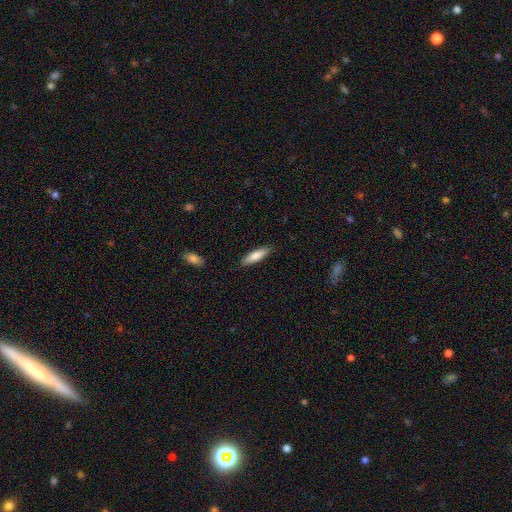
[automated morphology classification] Smooth or featured?
  - smooth: 78% *
  - featured or disk: 16%
  - star or artifact: 6%
How rounded?
  - cigar-shaped: 66% *
  - in between: 32%
  - round: 1%
Merging?
  - none: 88% *
  - minor disturbance: 9%
  - major disturbance: 2%
  - merger: 1%